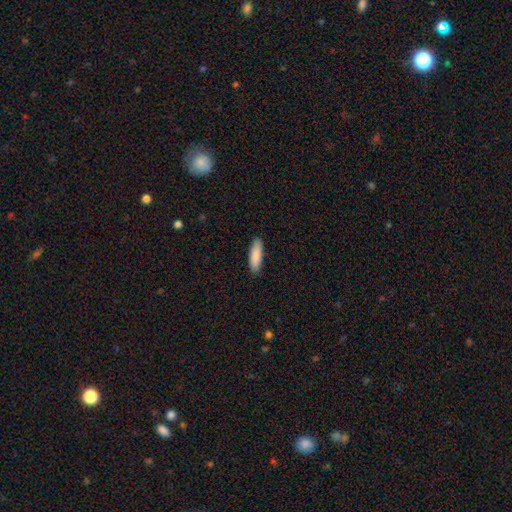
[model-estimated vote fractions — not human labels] Smooth or featured: smooth — 89% (featured or disk — 6%)
How rounded: cigar-shaped — 54% (in between — 44%)
Merging: none — 89% (minor disturbance — 9%)